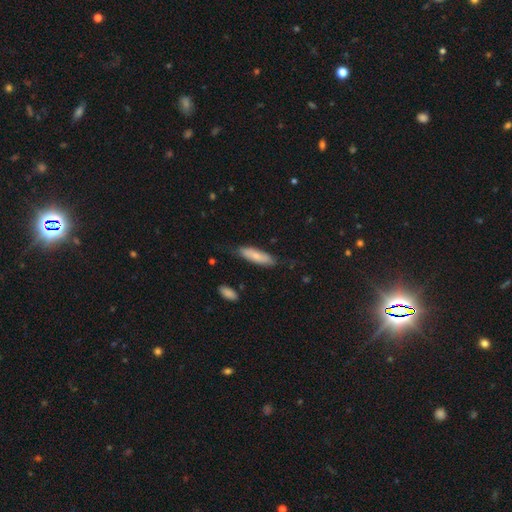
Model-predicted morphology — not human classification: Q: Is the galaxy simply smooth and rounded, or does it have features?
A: smooth — 70%.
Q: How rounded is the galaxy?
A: cigar-shaped — 53%.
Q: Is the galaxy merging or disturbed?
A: none — 71%.